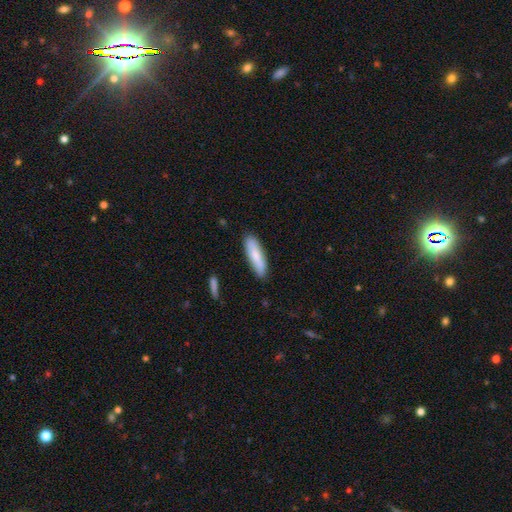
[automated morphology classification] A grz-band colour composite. It shows a smooth galaxy with no disk features (77%) that is cigar-shaped (60%). Merging: none (86%).